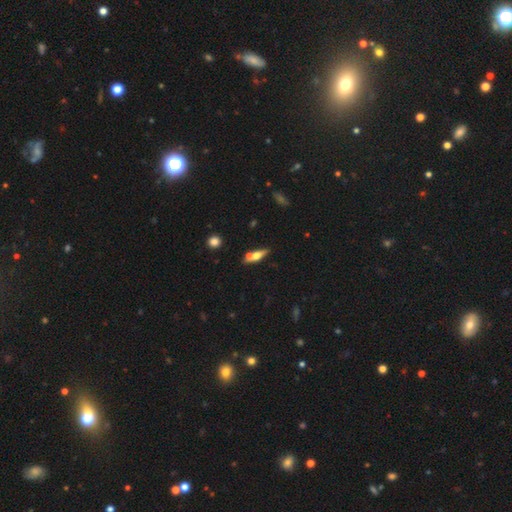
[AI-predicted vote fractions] smooth-or-featured: featured or disk: 49% | smooth: 44% | star or artifact: 7%
  merging: none: 64% | merger: 20% | minor disturbance: 12% | major disturbance: 4%